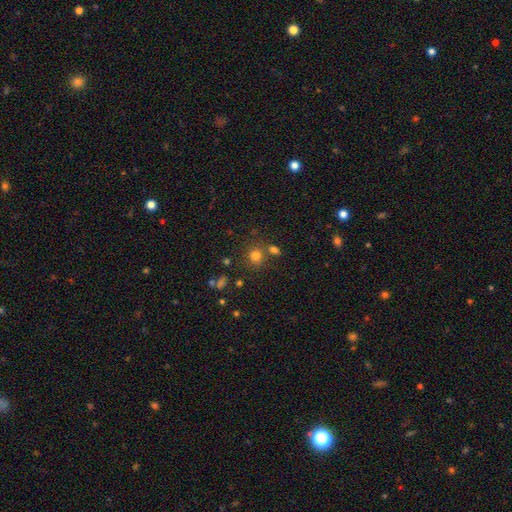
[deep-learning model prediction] This is likely a smooth galaxy (76%). How rounded: clearly round (85%). Merging: likely none (70%).